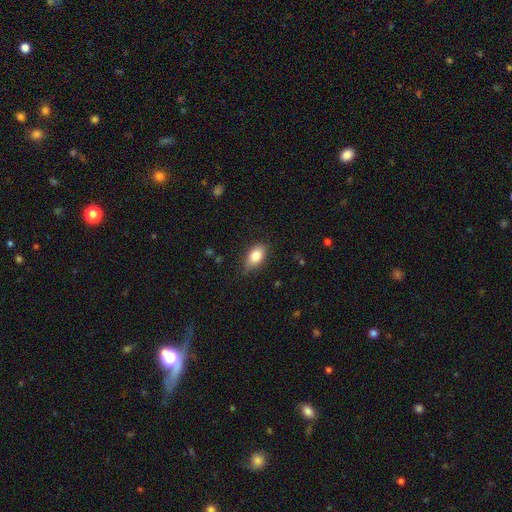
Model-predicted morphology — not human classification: A smooth galaxy with no disk features (83%) that is in between round and cigar-shaped (89%). Merging: none (77%).